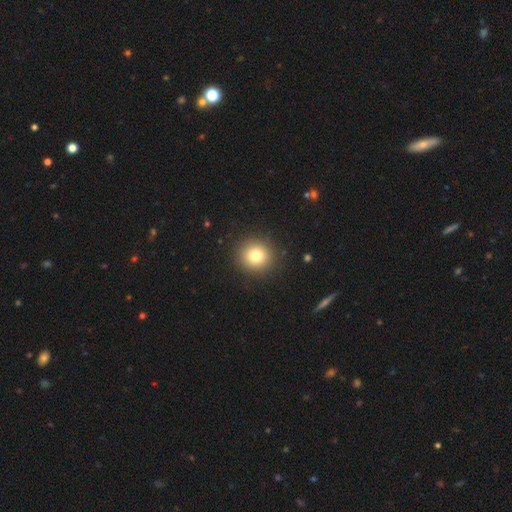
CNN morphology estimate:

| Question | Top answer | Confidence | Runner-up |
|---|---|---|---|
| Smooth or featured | smooth | 78% | star or artifact (12%) |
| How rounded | round | 91% | in between (8%) |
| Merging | none | 91% | minor disturbance (6%) |